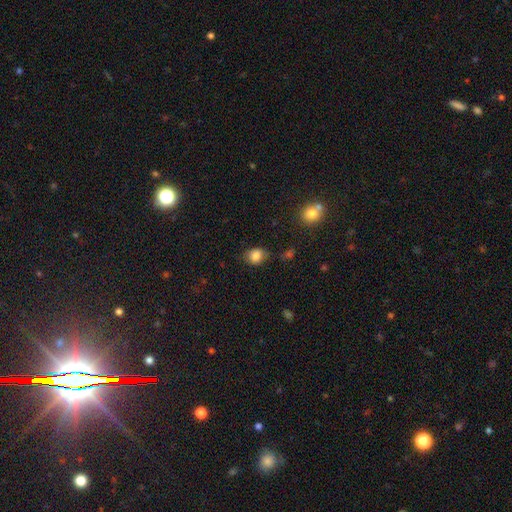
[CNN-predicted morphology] This appears to be a smooth galaxy with no disk features (83%) that is round (54%). Merging: none (68%).